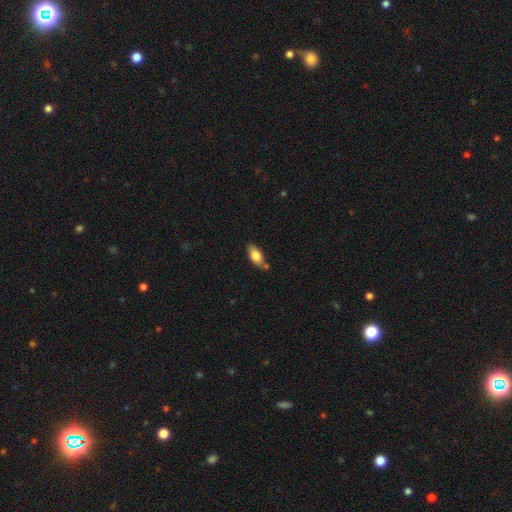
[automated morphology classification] This is likely a smooth galaxy (76%). How rounded: clearly in between (87%). Merging: likely none (70%).